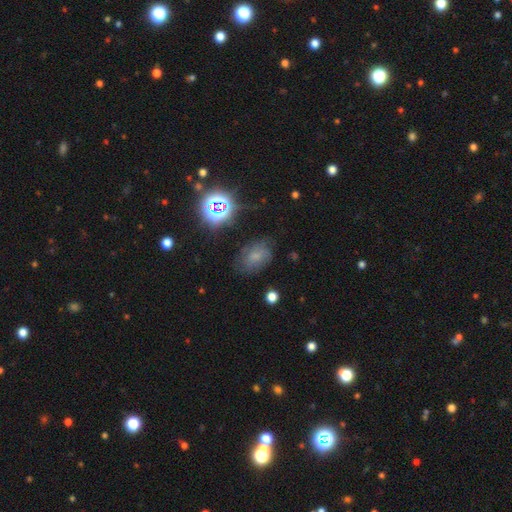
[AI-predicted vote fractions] Smooth or featured? smooth (49%)
Merging? none (65%)